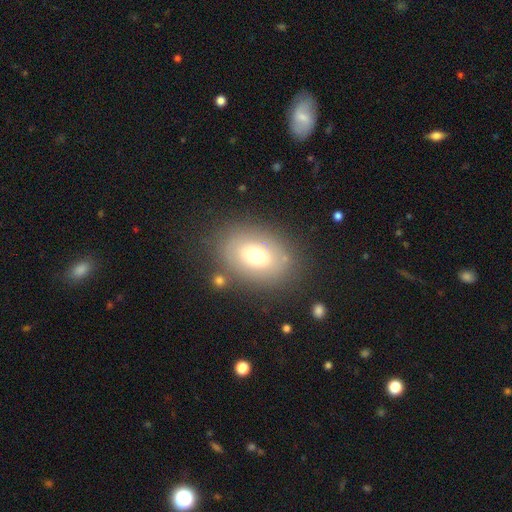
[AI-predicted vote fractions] Smooth or featured: smooth — 67% (featured or disk — 23%)
How rounded: in between — 76% (round — 23%)
Merging: none — 78% (minor disturbance — 13%)